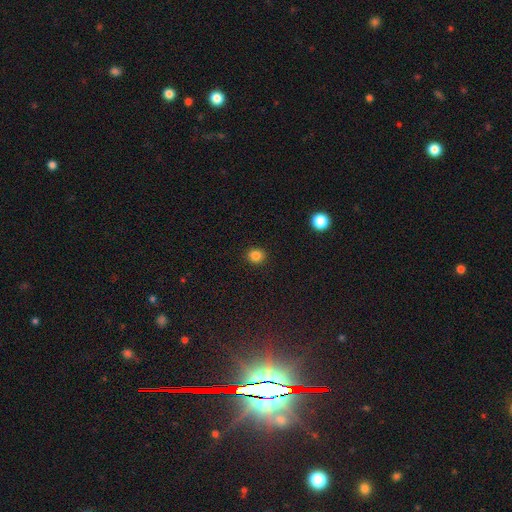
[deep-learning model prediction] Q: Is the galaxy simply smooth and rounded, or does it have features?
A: smooth — 85%.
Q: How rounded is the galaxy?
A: round — 82%.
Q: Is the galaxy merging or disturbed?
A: none — 91%.